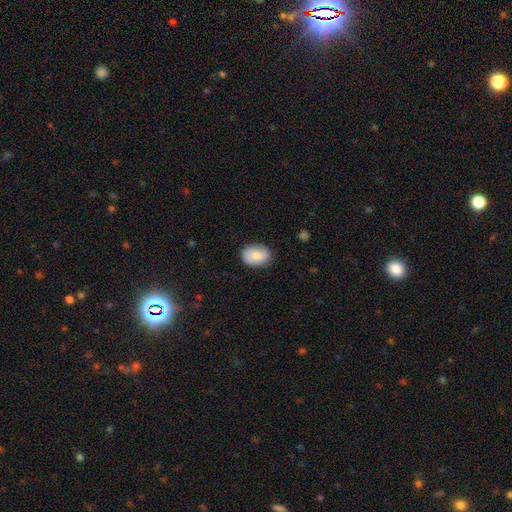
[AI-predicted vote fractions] The model was most divided on "how rounded": in between: 69%, round: 30%, cigar-shaped: 1%. More confident: merging — none (83%); smooth or featured — smooth (72%).